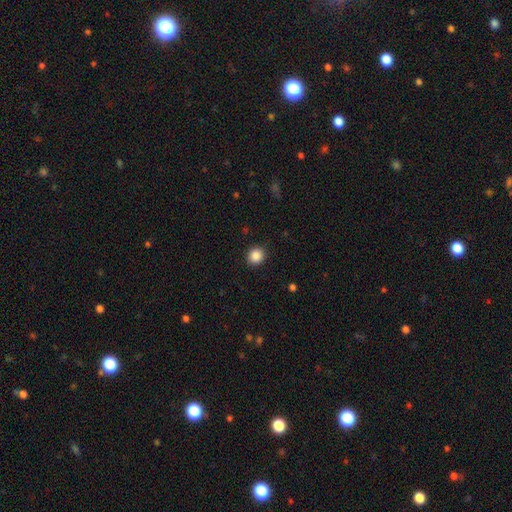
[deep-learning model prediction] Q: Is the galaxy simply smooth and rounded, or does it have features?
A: smooth — 87%.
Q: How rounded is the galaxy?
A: round — 87%.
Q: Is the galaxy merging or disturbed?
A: none — 91%.